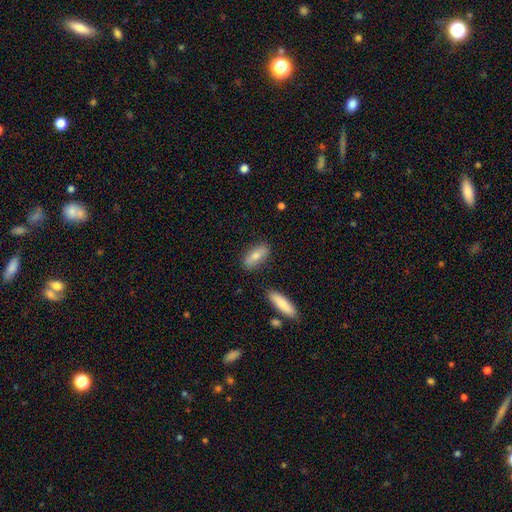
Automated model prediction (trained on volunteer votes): Smooth or featured?
  - smooth: 74% *
  - featured or disk: 20%
  - star or artifact: 7%
How rounded?
  - in between: 75% *
  - cigar-shaped: 22%
  - round: 3%
Merging?
  - none: 80% *
  - minor disturbance: 13%
  - merger: 4%
  - major disturbance: 3%